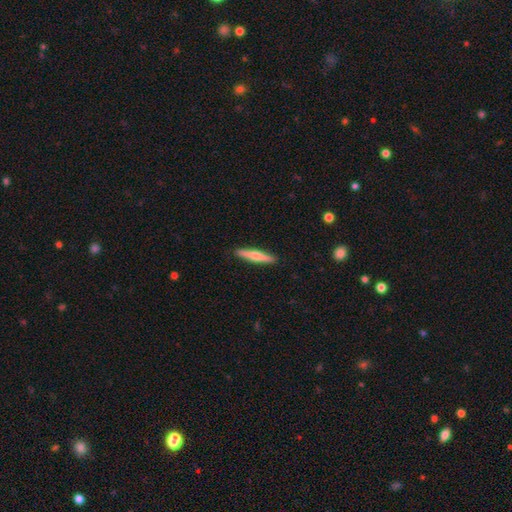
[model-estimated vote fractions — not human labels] smooth 50%, featured or disk 45%, star or artifact 5%. Down the decision tree: merging — none (92%).